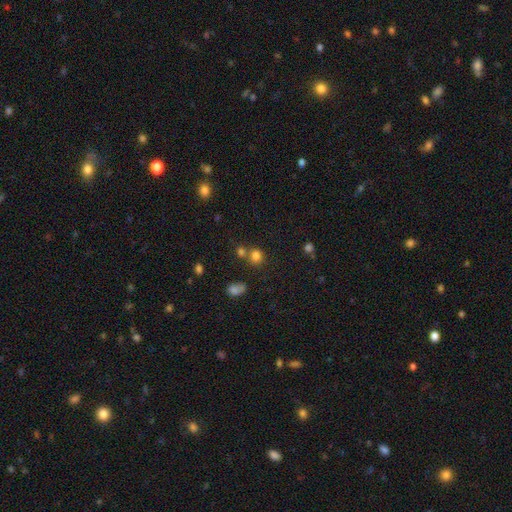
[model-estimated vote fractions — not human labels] smooth 78%, star or artifact 15%, featured or disk 6%. Down the decision tree: how rounded — round (81%); merging — none (59%).